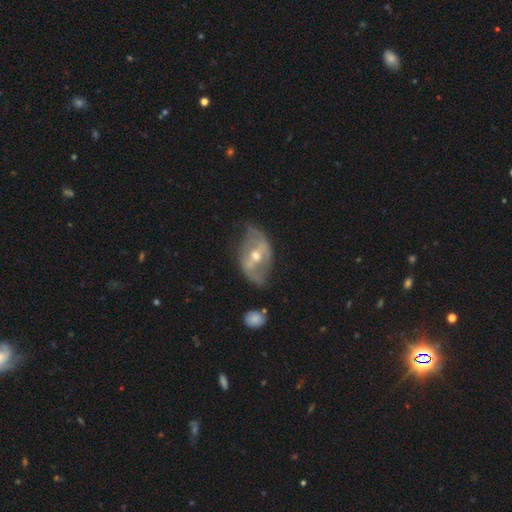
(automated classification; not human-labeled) featured or disk 77%, smooth 17%, star or artifact 6%. Down the decision tree: edge-on disk — no (92%); bar — strong (43%); spiral arms — yes (67%); bulge size — moderate (64%); merging — none (57%).